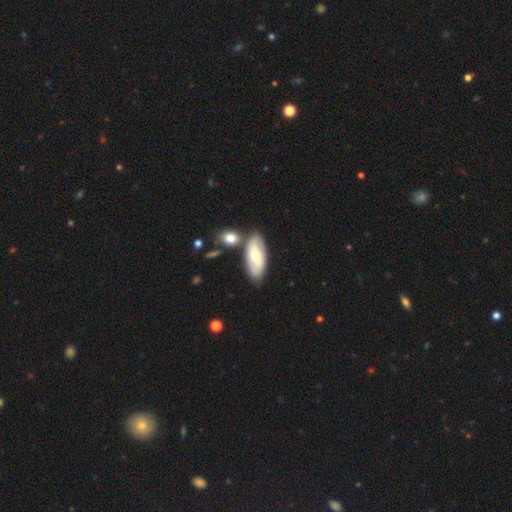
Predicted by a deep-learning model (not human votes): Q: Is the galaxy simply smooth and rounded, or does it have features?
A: smooth — 51%.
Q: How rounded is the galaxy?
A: in between — 85%.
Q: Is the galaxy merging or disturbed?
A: none — 67%.